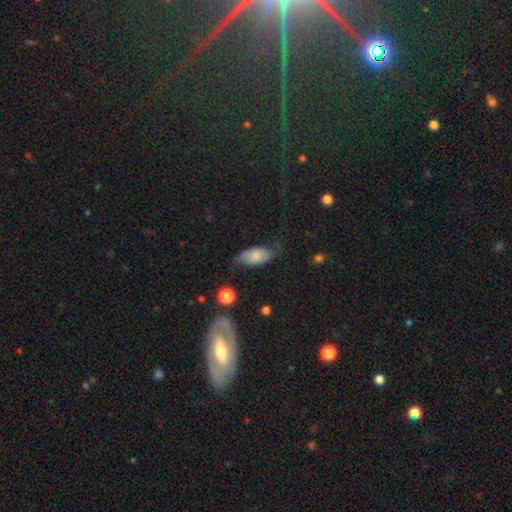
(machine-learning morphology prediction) Smooth or featured? Predicted: smooth (p=0.65). How rounded? Predicted: in between (p=0.91). Merging? Predicted: none (p=0.53).